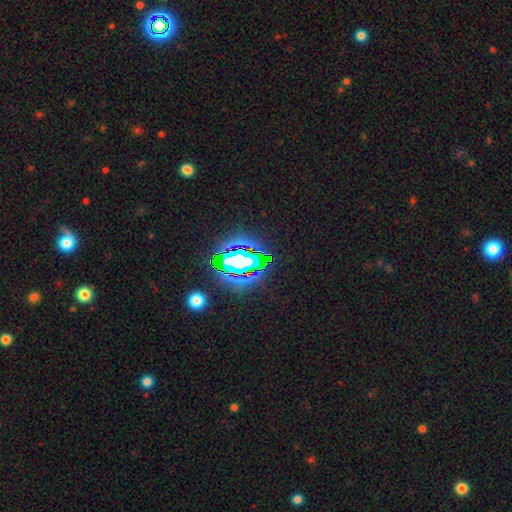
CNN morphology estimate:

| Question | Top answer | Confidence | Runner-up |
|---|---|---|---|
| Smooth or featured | star or artifact | 74% | smooth (14%) |